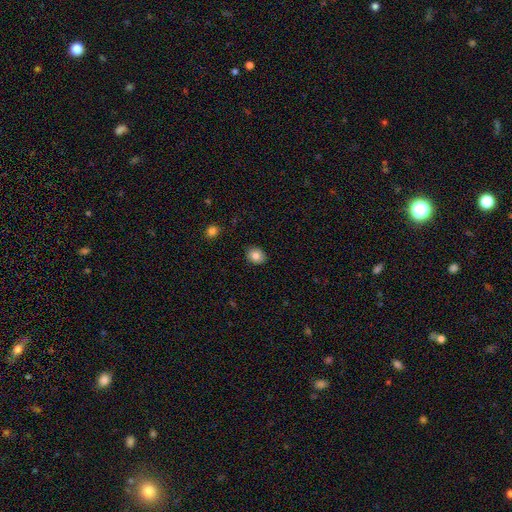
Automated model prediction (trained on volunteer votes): A smooth galaxy with no disk features (82%) that is round (63%). Merging: none (89%).